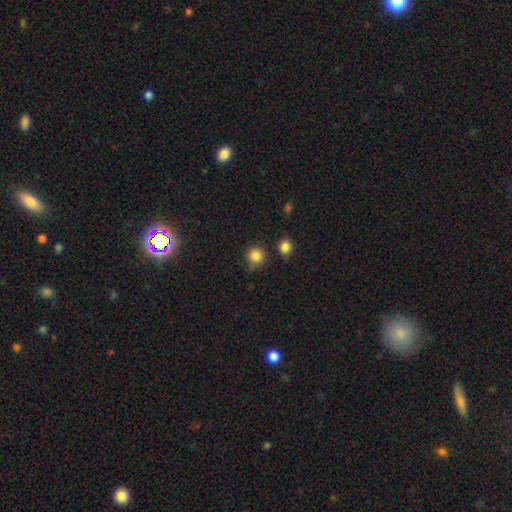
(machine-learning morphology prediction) type=smooth (84%); roundness=round (93%); merging=none (78%).